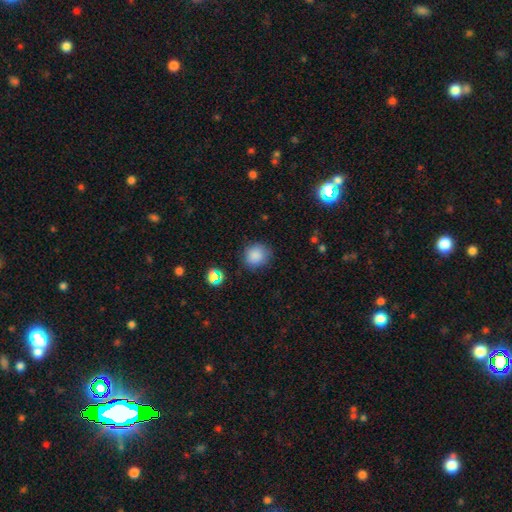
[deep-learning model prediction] smooth-or-featured: smooth: 85% | star or artifact: 11% | featured or disk: 4%
  how-rounded: round: 87% | in between: 12% | cigar-shaped: 1%
  merging: none: 83% | minor disturbance: 12% | major disturbance: 3% | merger: 2%